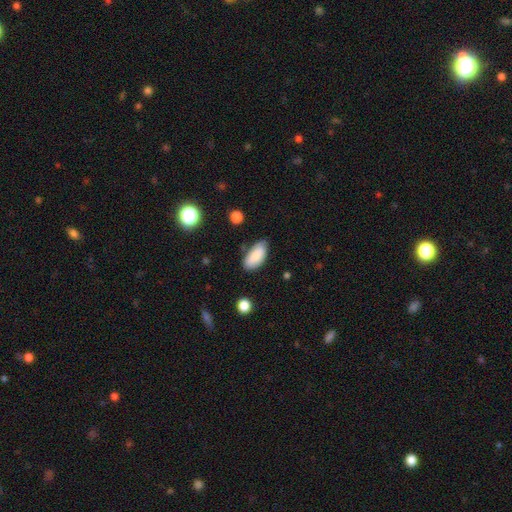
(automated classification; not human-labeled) smooth-or-featured: smooth: 83% | featured or disk: 10% | star or artifact: 7%
  how-rounded: in between: 91% | cigar-shaped: 7% | round: 2%
  merging: none: 71% | minor disturbance: 22% | major disturbance: 4% | merger: 3%